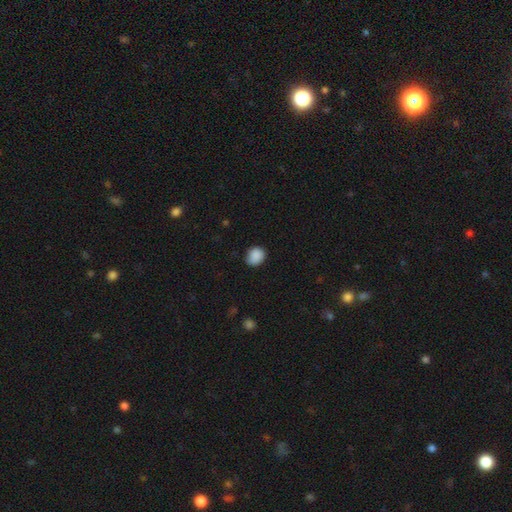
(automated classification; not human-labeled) Overall: smooth (89%). How rounded: round (60%; in between 39%). Merging: none (77%).